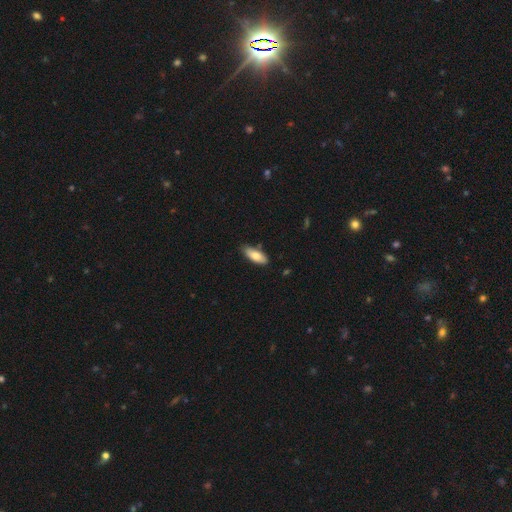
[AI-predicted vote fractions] Smooth or featured? Predicted: smooth (p=0.79). How rounded? Predicted: in between (p=0.71). Merging? Predicted: none (p=0.80).